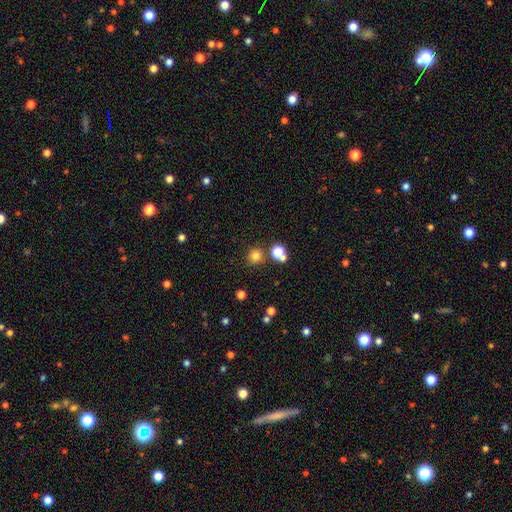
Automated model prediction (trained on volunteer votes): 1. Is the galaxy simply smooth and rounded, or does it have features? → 78% smooth, 16% star or artifact, 6% featured or disk.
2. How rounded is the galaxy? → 93% round, 6% in between, 1% cigar-shaped.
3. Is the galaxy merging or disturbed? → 80% none, 10% merger, 7% minor disturbance, 3% major disturbance.